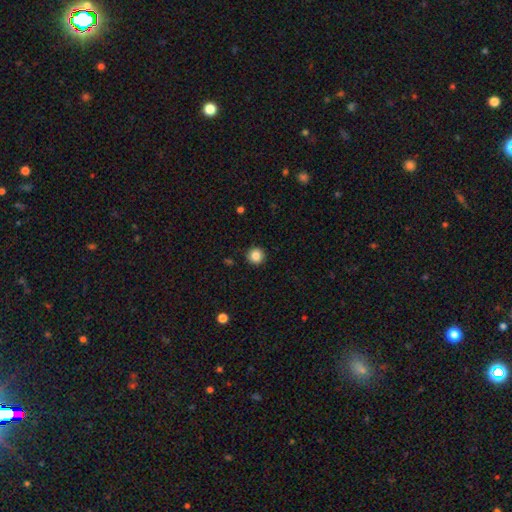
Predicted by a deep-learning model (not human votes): Smooth or featured? smooth (85%)
How rounded? round (95%)
Merging? none (92%)